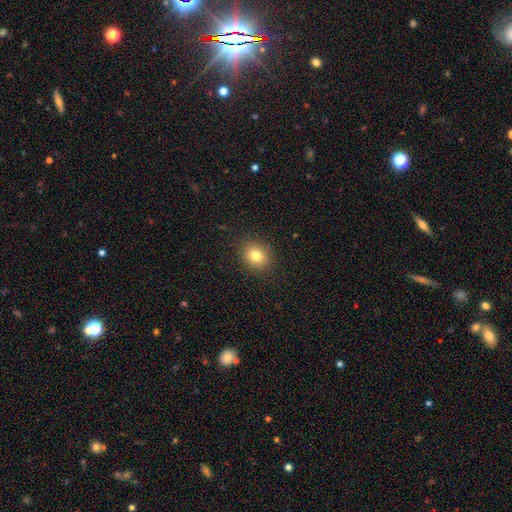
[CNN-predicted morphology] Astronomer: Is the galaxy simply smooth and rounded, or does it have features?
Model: smooth — 79%.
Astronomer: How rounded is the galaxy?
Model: round — 73%.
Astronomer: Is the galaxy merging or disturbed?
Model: none — 89%.